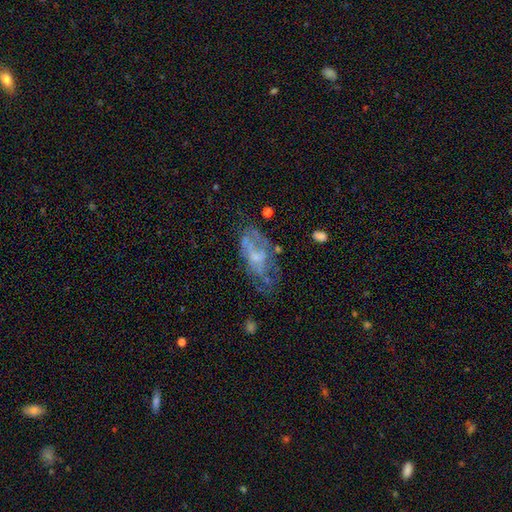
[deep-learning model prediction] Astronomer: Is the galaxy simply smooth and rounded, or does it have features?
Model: featured or disk — 59%.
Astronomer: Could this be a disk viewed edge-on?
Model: no — 93%.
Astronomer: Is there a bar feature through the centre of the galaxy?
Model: no — 76%.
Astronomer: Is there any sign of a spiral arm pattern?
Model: no — 66%.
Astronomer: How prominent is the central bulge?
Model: small — 44% (runner-up: none, 27%).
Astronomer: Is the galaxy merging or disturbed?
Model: none — 46% (runner-up: minor disturbance, 25%).